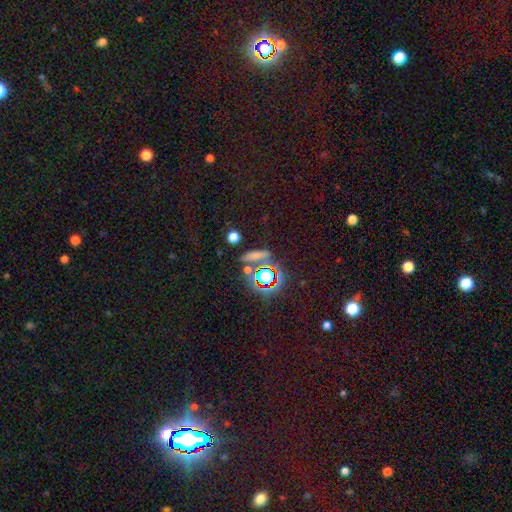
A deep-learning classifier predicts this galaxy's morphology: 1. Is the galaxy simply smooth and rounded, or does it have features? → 49% smooth, 37% star or artifact, 14% featured or disk.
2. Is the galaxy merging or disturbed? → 73% none, 11% minor disturbance, 10% merger, 6% major disturbance.